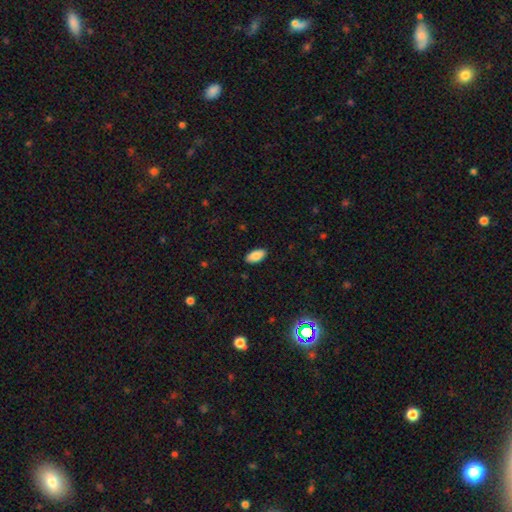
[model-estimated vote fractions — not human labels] This appears to be a smooth galaxy with no disk features (87%) that is in between round and cigar-shaped (94%). Merging: none (89%).